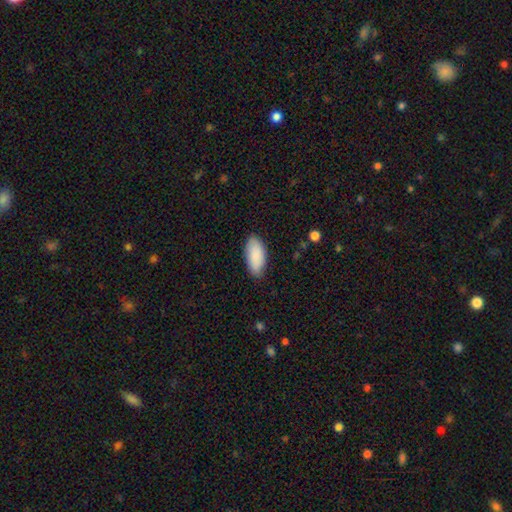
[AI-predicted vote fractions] smooth-or-featured: smooth: 90% | star or artifact: 5% | featured or disk: 5%
  how-rounded: in between: 91% | cigar-shaped: 7% | round: 2%
  merging: none: 85% | minor disturbance: 12% | major disturbance: 2% | merger: 1%